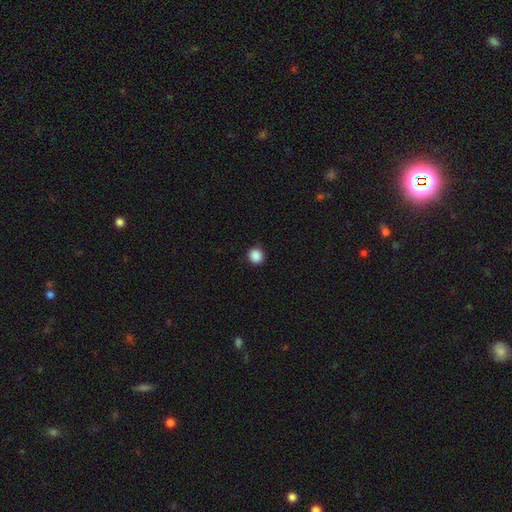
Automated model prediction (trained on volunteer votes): Smooth or featured? Predicted: smooth (p=0.88). How rounded? Predicted: round (p=0.92). Merging? Predicted: none (p=0.90).